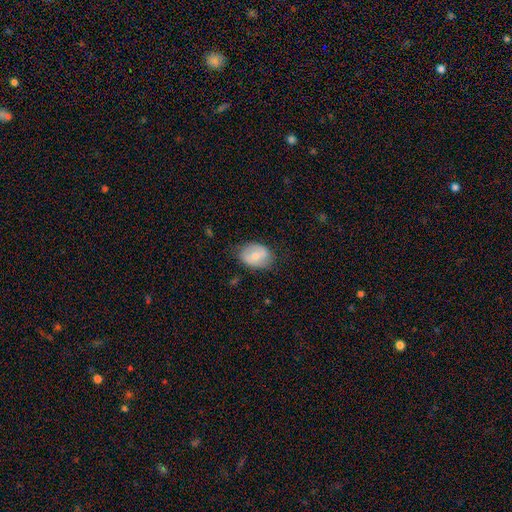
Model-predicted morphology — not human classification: smooth-or-featured: smooth: 63% | featured or disk: 30% | star or artifact: 7%
  how-rounded: in between: 70% | round: 29% | cigar-shaped: 1%
  merging: none: 72% | minor disturbance: 21% | major disturbance: 5% | merger: 1%